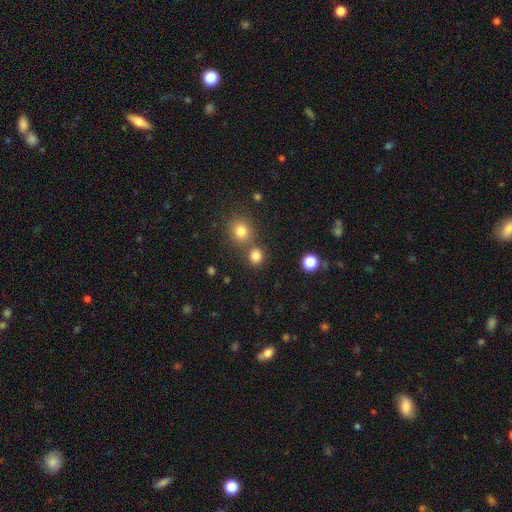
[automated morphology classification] Smooth or featured? Predicted: smooth (p=0.81). How rounded? Predicted: round (p=0.87). Merging? Predicted: none (p=0.73).